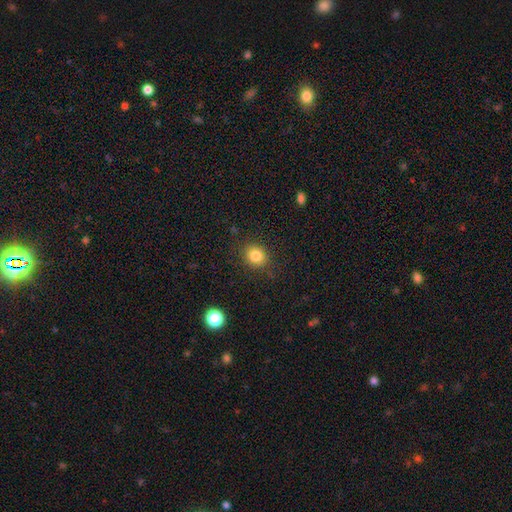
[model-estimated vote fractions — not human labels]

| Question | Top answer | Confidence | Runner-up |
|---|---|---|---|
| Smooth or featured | smooth | 83% | star or artifact (11%) |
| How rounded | round | 77% | in between (23%) |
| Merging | none | 87% | minor disturbance (9%) |